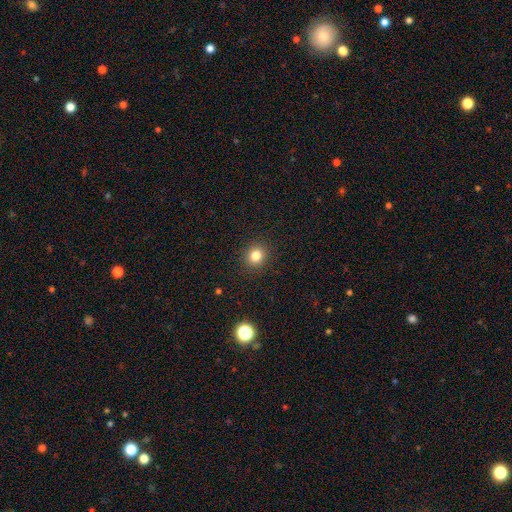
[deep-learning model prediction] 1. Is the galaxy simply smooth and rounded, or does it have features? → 81% smooth, 13% star or artifact, 6% featured or disk.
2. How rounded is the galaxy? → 82% round, 17% in between, 1% cigar-shaped.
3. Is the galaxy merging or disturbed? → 91% none, 6% minor disturbance, 2% major disturbance, 1% merger.